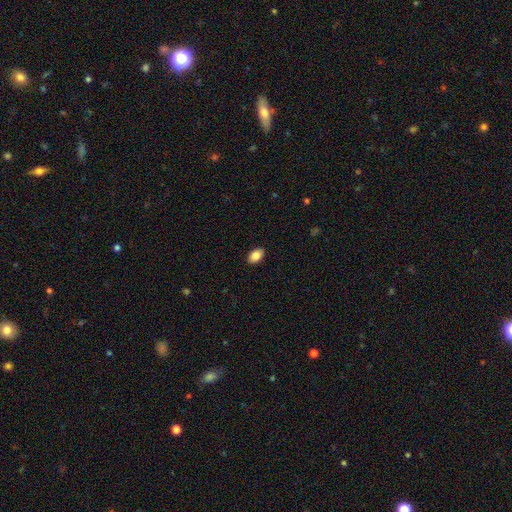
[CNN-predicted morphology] This appears to be a smooth galaxy with no disk features (85%) that is in between round and cigar-shaped (90%). Merging: none (90%).